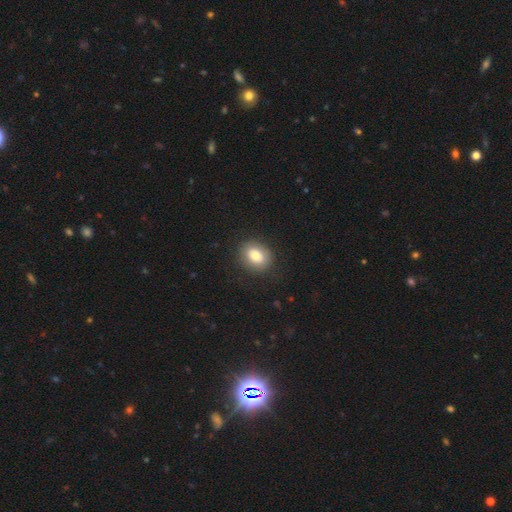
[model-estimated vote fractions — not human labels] Overall: smooth (79%). How rounded: round (50%; in between 49%). Merging: none (85%).